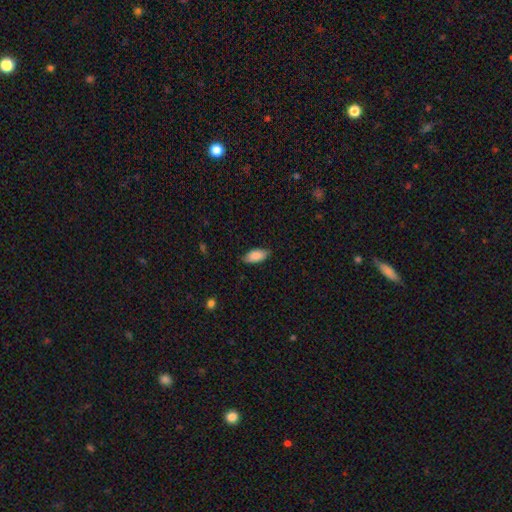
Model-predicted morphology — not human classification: A smooth galaxy with no disk features (88%) that is in between round and cigar-shaped (90%).

Vote fractions:
- Smooth or featured? smooth: 88% / star or artifact: 6% / featured or disk: 6%
- How rounded? in between: 90% / cigar-shaped: 8% / round: 2%
- Merging? none: 83% / minor disturbance: 14% / major disturbance: 2% / merger: 1%